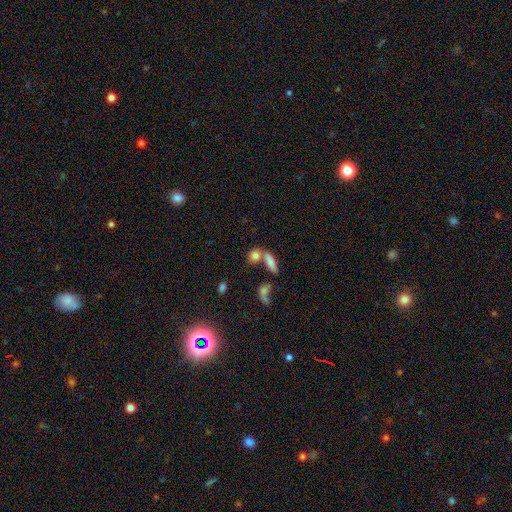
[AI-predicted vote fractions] Smooth or featured? smooth (78%)
How rounded? in between (53%)
Merging? none (43%)